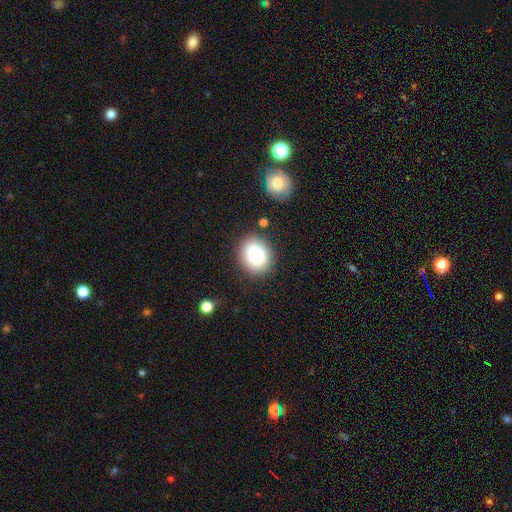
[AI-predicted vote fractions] Smooth or featured? Predicted: smooth (p=0.80). How rounded? Predicted: round (p=0.61). Merging? Predicted: none (p=0.81).